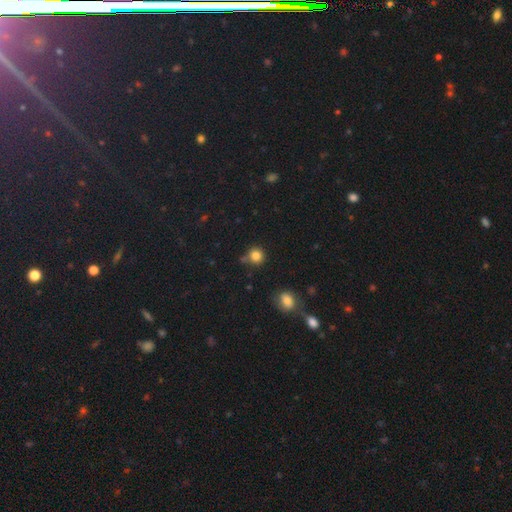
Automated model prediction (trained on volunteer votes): smooth-or-featured: smooth: 82% | star or artifact: 12% | featured or disk: 5%
  how-rounded: round: 90% | in between: 9% | cigar-shaped: 1%
  merging: none: 71% | minor disturbance: 14% | merger: 10% | major disturbance: 4%